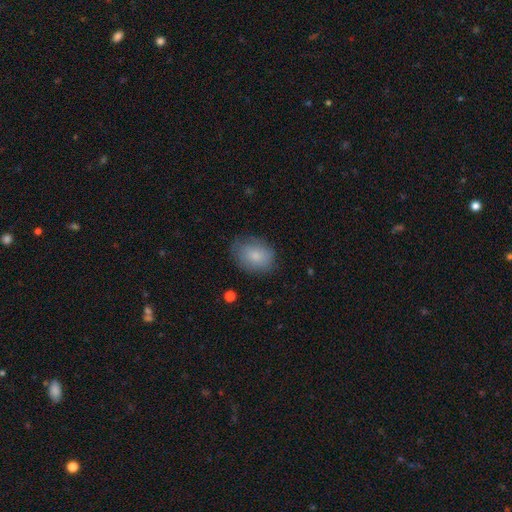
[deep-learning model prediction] This appears to be a smooth galaxy with no disk features (82%) that is in between round and cigar-shaped (70%). Merging: none (75%).